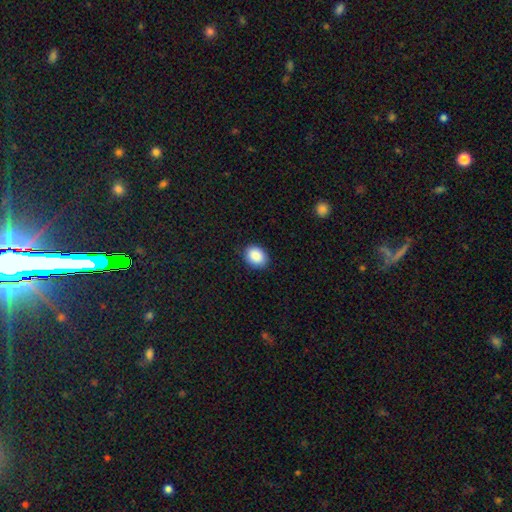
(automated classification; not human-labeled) Morphology: type=smooth (89%); roundness=in between (59%); merging=none (86%).